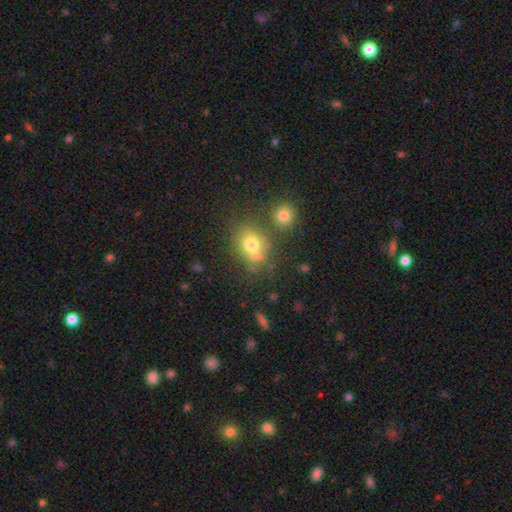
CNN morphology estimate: type=smooth (69%); roundness=round (61%); merging=none (50%).